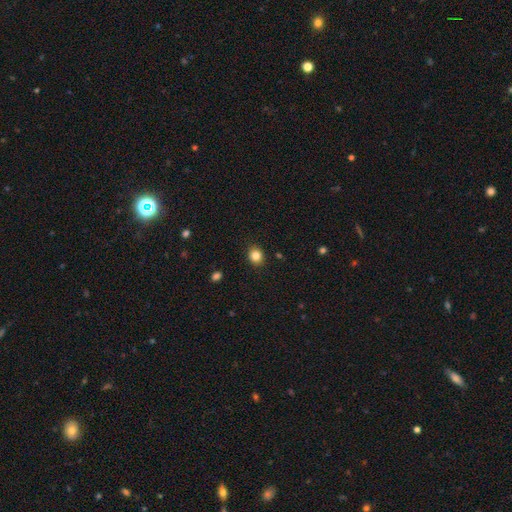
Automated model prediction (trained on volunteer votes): Smooth or featured? smooth (84%)
How rounded? round (70%)
Merging? none (90%)